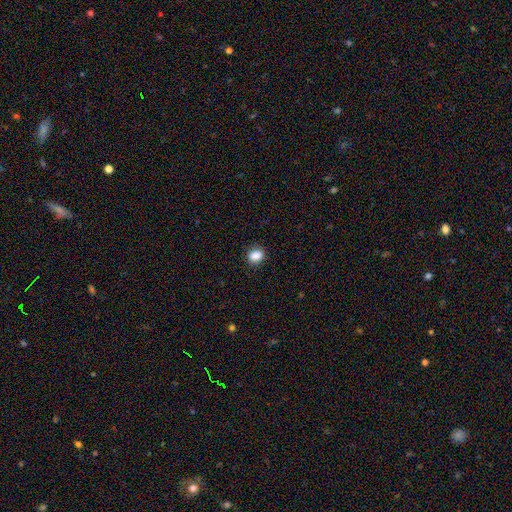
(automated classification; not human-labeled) A smooth galaxy with no disk features (87%) that is in between round and cigar-shaped (58%).

Vote fractions:
- Smooth or featured? smooth: 87% / star or artifact: 9% / featured or disk: 4%
- How rounded? in between: 58% / round: 41% / cigar-shaped: 1%
- Merging? none: 85% / minor disturbance: 11% / major disturbance: 3% / merger: 1%